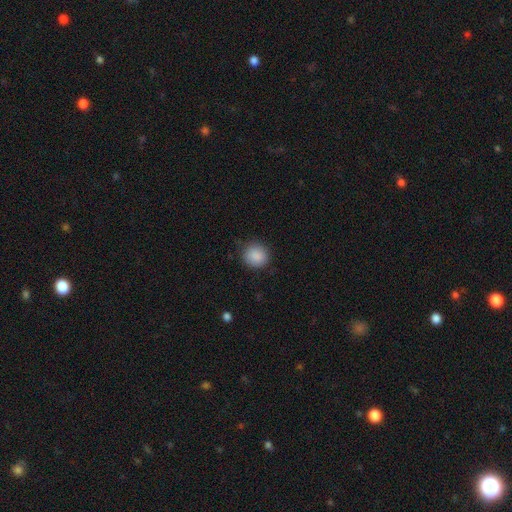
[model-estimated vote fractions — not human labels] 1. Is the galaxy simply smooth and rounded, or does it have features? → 89% smooth, 8% star or artifact, 3% featured or disk.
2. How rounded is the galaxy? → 87% round, 12% in between, 1% cigar-shaped.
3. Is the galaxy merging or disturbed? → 84% none, 11% minor disturbance, 3% major disturbance, 1% merger.